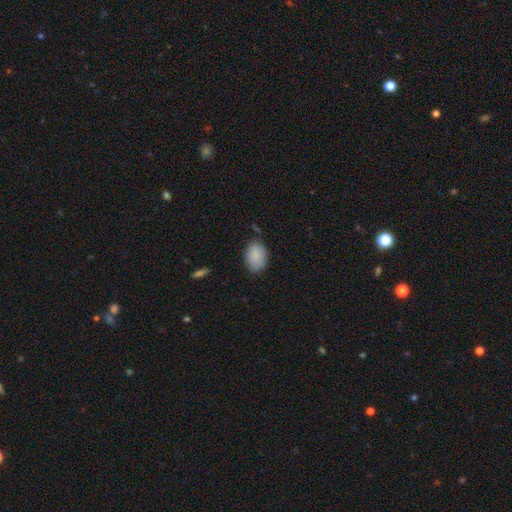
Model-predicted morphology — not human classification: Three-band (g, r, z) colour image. It shows a smooth galaxy with no disk features (89%) that is in between round and cigar-shaped (85%). Merging: none (77%).